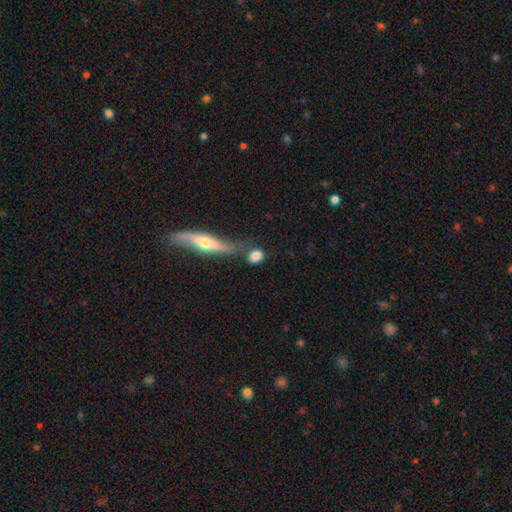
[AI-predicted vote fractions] The model was most divided on "how rounded": round: 51%, in between: 41%, cigar-shaped: 8%. More confident: smooth or featured — smooth (80%); merging — none (59%).